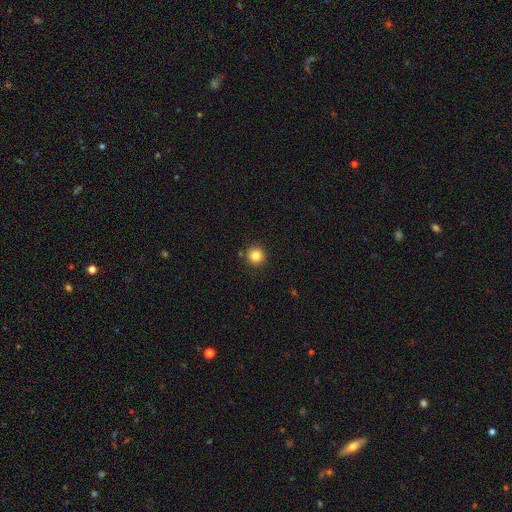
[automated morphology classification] This is clearly a smooth galaxy (84%). How rounded: clearly round (95%). Merging: clearly none (89%).